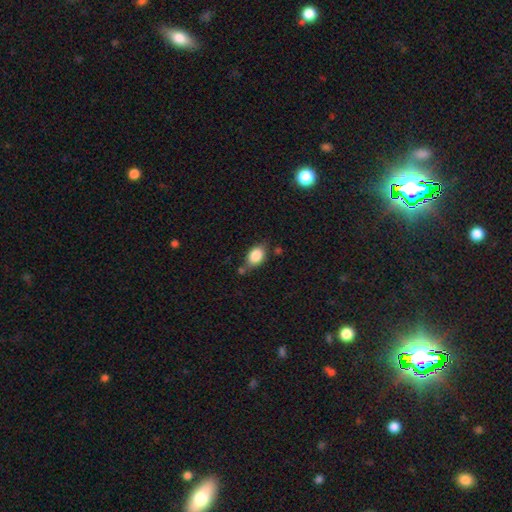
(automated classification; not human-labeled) This appears to be a smooth galaxy with no disk features (84%) that is in between round and cigar-shaped (78%). Merging: none (60%).